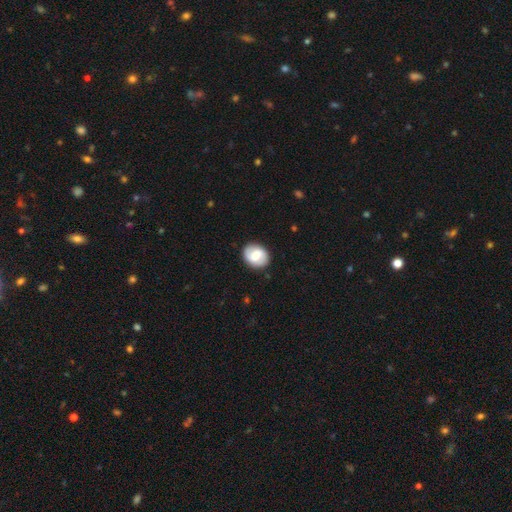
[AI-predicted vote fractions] A smooth galaxy with no disk features (53%) that is round (58%). Merging: none (88%).